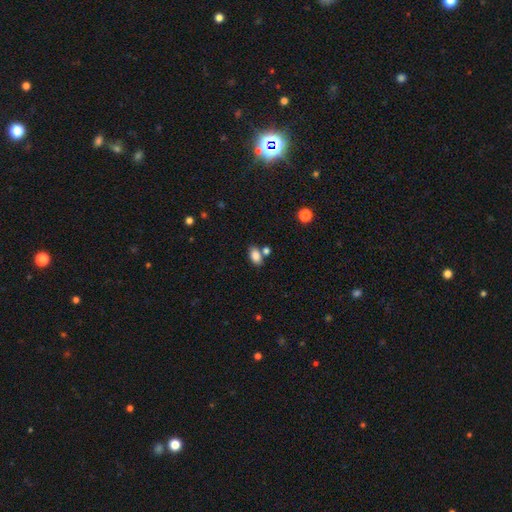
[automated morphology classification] smooth 83%, star or artifact 9%, featured or disk 8%. Down the decision tree: how rounded — in between (89%); merging — none (65%).